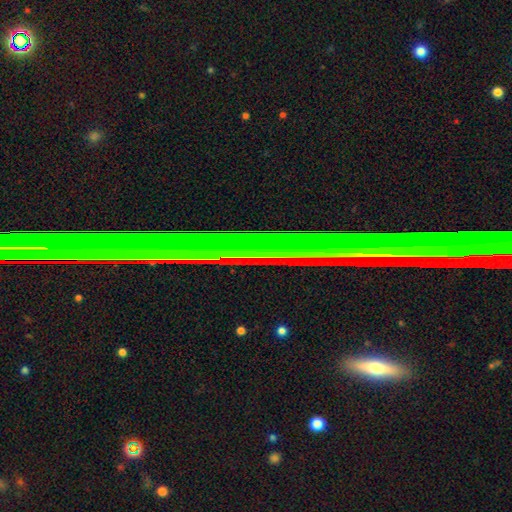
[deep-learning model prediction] Smooth or featured: star or artifact — 54% (featured or disk — 34%)